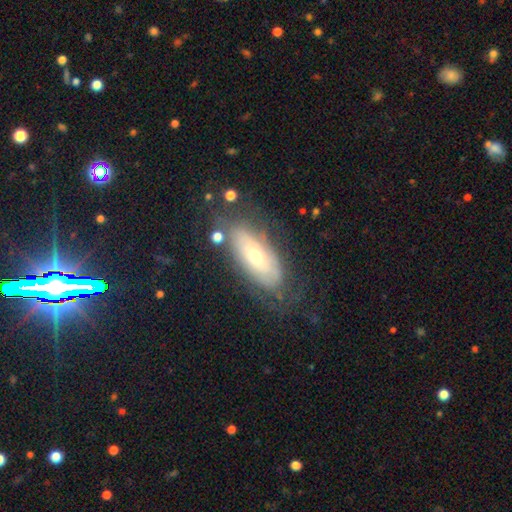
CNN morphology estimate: smooth_or_featured: featured or disk (p=0.58) [alt: smooth p=0.34]
disk_edge_on: no (p=0.82) [alt: yes p=0.18]
merging: none (p=0.67) [alt: minor disturbance p=0.20]